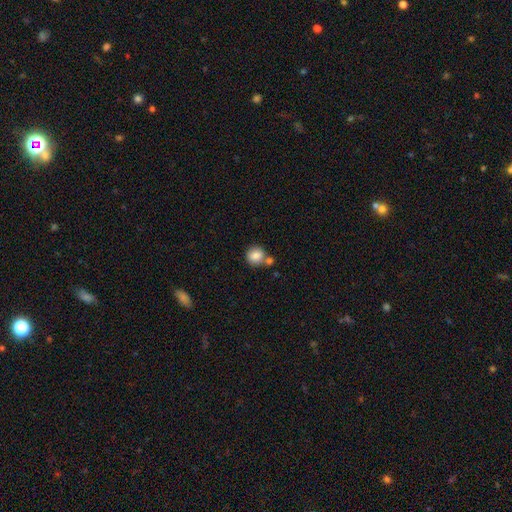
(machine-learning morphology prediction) A smooth galaxy with no disk features (82%) that is round (89%).

Vote fractions:
- Smooth or featured? smooth: 82% / featured or disk: 9% / star or artifact: 9%
- How rounded? round: 89% / in between: 10% / cigar-shaped: 1%
- Merging? none: 57% / merger: 29% / minor disturbance: 11% / major disturbance: 3%